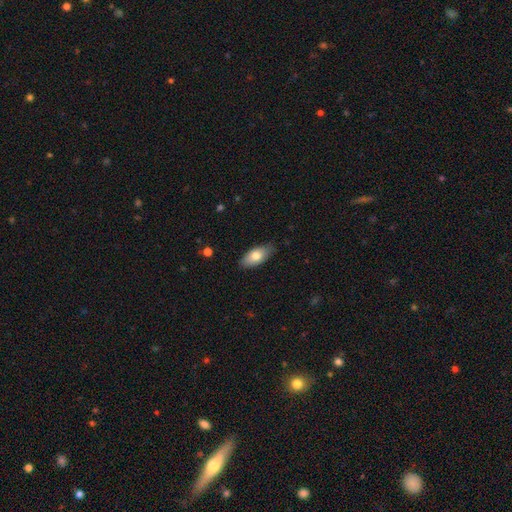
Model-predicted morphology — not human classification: Smooth or featured? Predicted: smooth (p=0.75). How rounded? Predicted: in between (p=0.89). Merging? Predicted: none (p=0.81).